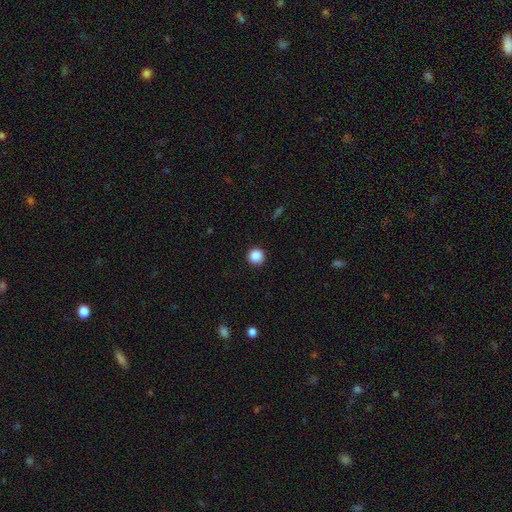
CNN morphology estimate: Smooth or featured? Predicted: smooth (p=0.87). How rounded? Predicted: round (p=0.96). Merging? Predicted: none (p=0.93).